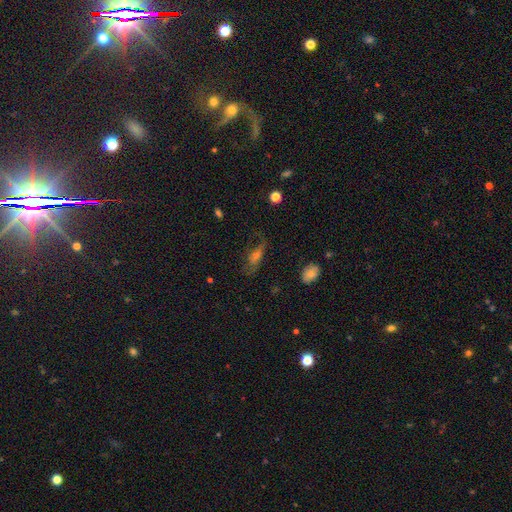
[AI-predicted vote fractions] This is possibly a featured or disk galaxy (46%). Merging: possibly none (58%).